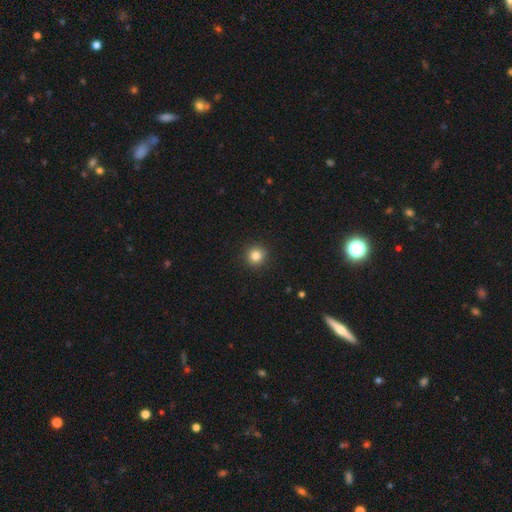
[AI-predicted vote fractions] A smooth galaxy with no disk features (83%) that is round (93%).

Vote fractions:
- Smooth or featured? smooth: 83% / star or artifact: 12% / featured or disk: 5%
- How rounded? round: 93% / in between: 6% / cigar-shaped: 1%
- Merging? none: 92% / minor disturbance: 5% / major disturbance: 2% / merger: 1%